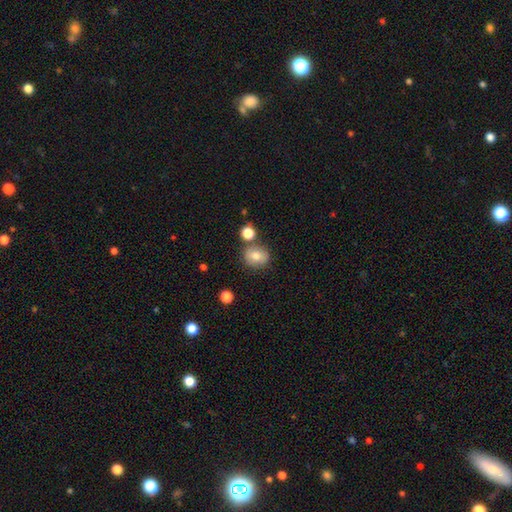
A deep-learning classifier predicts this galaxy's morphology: This appears to be a smooth galaxy with no disk features (76%) that is round (71%). Merging: none (74%).